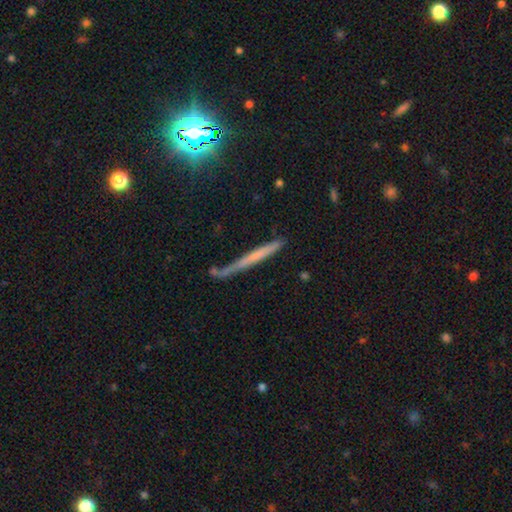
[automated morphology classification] type=featured or disk (44%, tied with smooth); merging=none (66%).